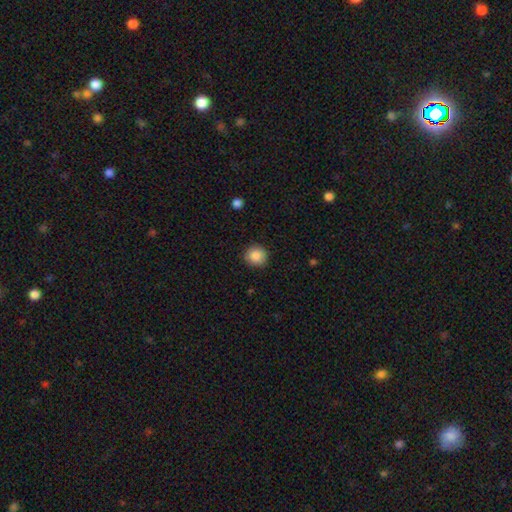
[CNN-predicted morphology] Overall: smooth (87%). How rounded: round (93%). Merging: none (90%).